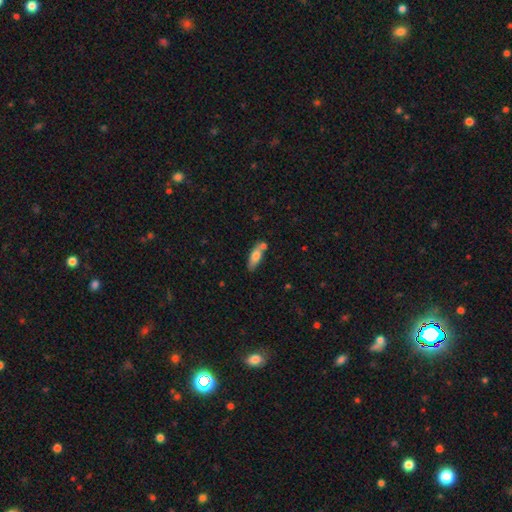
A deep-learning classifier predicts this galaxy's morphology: smooth-or-featured: smooth: 71% | featured or disk: 22% | star or artifact: 7%
  how-rounded: in between: 56% | cigar-shaped: 42% | round: 2%
  merging: none: 61% | merger: 18% | minor disturbance: 17% | major disturbance: 4%